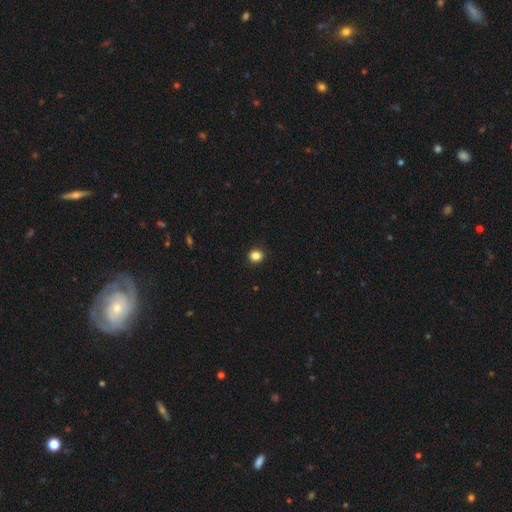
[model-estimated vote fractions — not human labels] Smooth or featured? Predicted: smooth (p=0.85). How rounded? Predicted: round (p=0.83). Merging? Predicted: none (p=0.92).